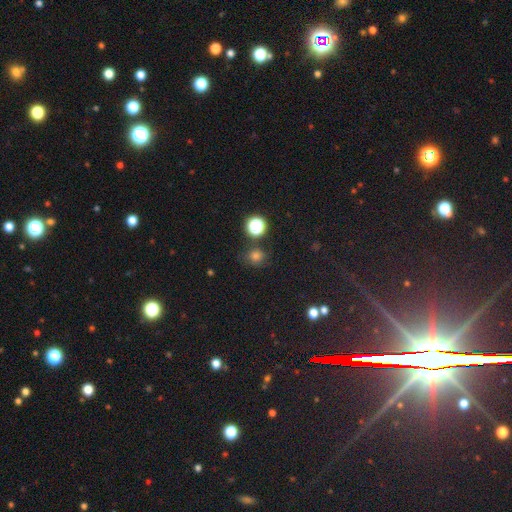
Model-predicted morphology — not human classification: This appears to be a smooth galaxy with no disk features (72%) that is round (86%). Merging: none (77%).